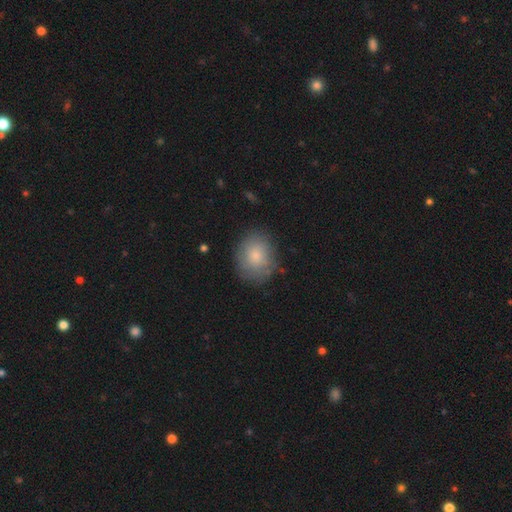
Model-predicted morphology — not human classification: type=smooth (78%); roundness=round (52%); merging=none (76%).